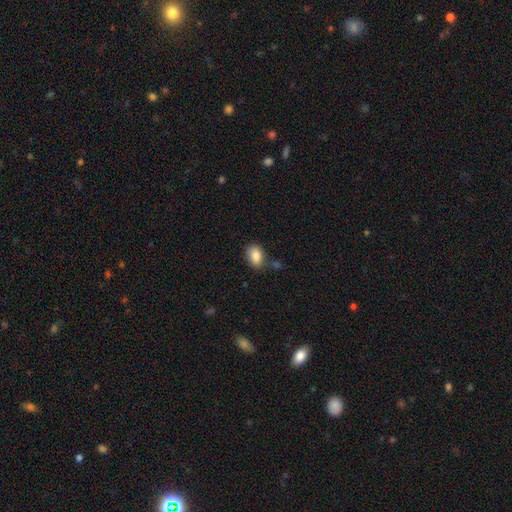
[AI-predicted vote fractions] smooth-or-featured: smooth: 86% | star or artifact: 8% | featured or disk: 6%
  how-rounded: in between: 83% | round: 15% | cigar-shaped: 1%
  merging: none: 74% | minor disturbance: 15% | merger: 7% | major disturbance: 4%